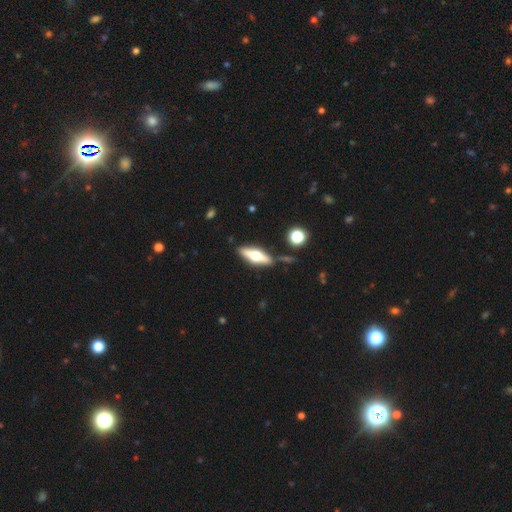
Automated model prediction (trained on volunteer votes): This is possibly a featured or disk galaxy (55%). It is clearly viewed edge-on (90%). Merging: likely none (80%).